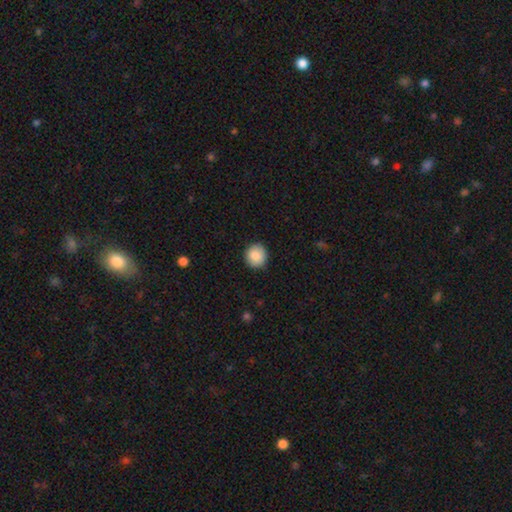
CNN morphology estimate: type=smooth (88%); roundness=round (90%); merging=none (90%).